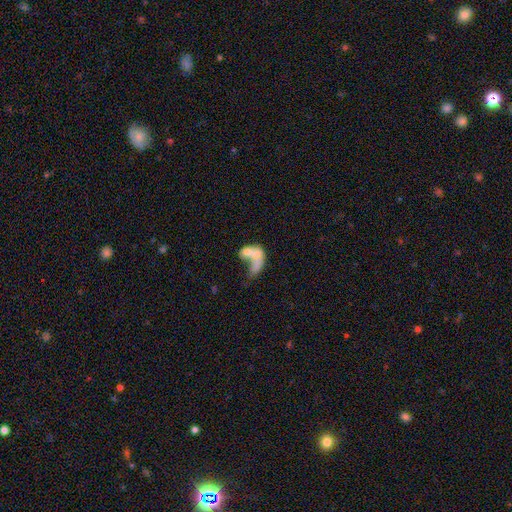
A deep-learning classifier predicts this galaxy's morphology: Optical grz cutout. It shows a smooth galaxy with no disk features (50%) that is in between round and cigar-shaped (79%). Merging: merger (57%).